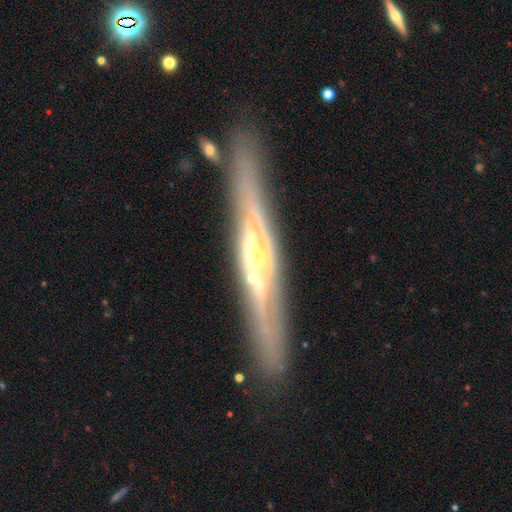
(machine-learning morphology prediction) Smooth or featured? Predicted: featured or disk (p=0.82). Edge-on disk? Predicted: yes (p=0.88). Edge-on bulge? Predicted: rounded (p=0.71). Merging? Predicted: none (p=0.85).